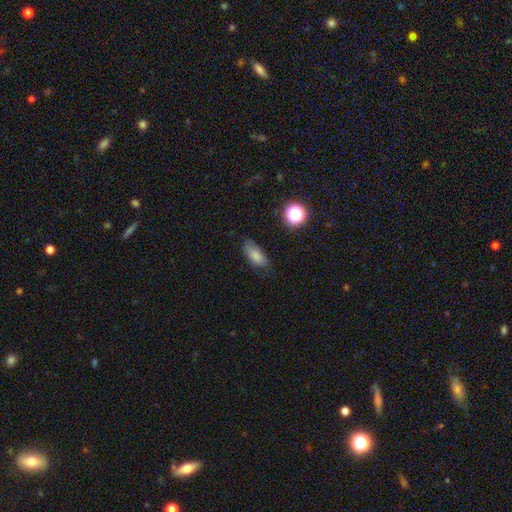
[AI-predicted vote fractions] A smooth galaxy with no disk features (81%) that is in between round and cigar-shaped (83%). Merging: none (73%).